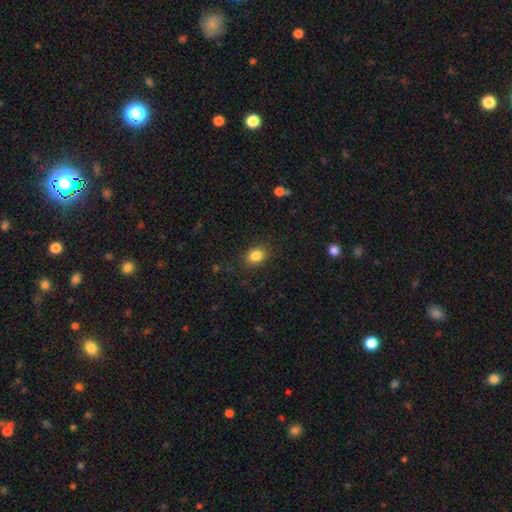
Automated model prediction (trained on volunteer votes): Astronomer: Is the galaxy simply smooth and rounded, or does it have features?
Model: smooth — 85%.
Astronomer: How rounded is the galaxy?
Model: in between — 59% (runner-up: round, 40%).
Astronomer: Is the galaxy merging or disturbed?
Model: none — 87%.